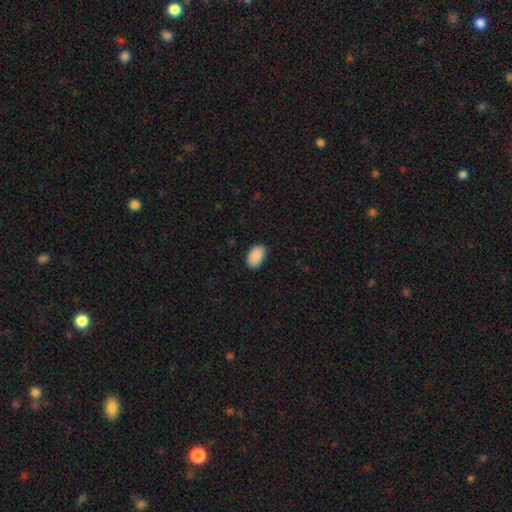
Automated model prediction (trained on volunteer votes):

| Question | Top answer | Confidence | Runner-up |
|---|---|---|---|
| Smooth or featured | smooth | 90% | star or artifact (7%) |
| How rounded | in between | 90% | round (9%) |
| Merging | none | 84% | minor disturbance (13%) |